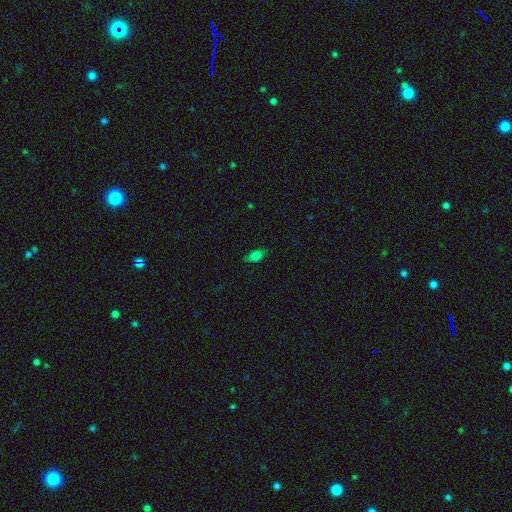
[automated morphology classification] Smooth or featured? Predicted: smooth (p=0.78). How rounded? Predicted: in between (p=0.85). Merging? Predicted: none (p=0.82).